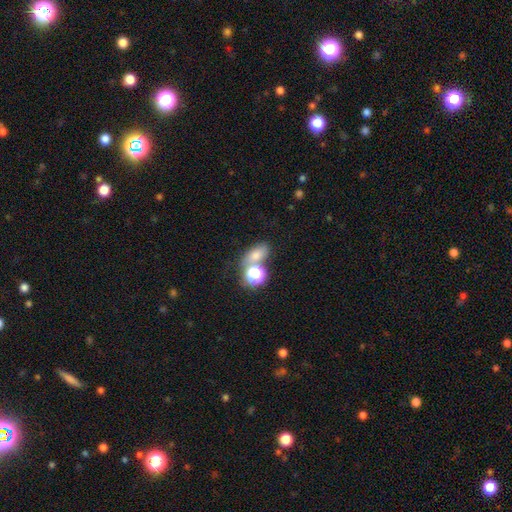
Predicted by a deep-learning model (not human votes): The model was most divided on "merging": none: 52%, merger: 30%, minor disturbance: 12%, major disturbance: 6%. More confident: smooth or featured — smooth (66%); how rounded — in between (65%).